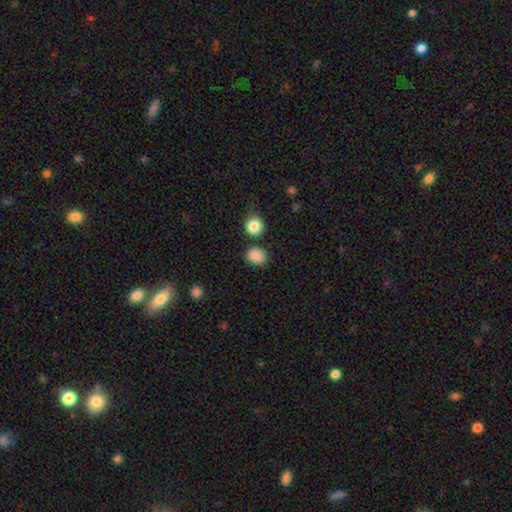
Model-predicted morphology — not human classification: Smooth or featured? Predicted: smooth (p=0.87). How rounded? Predicted: round (p=0.58). Merging? Predicted: none (p=0.75).